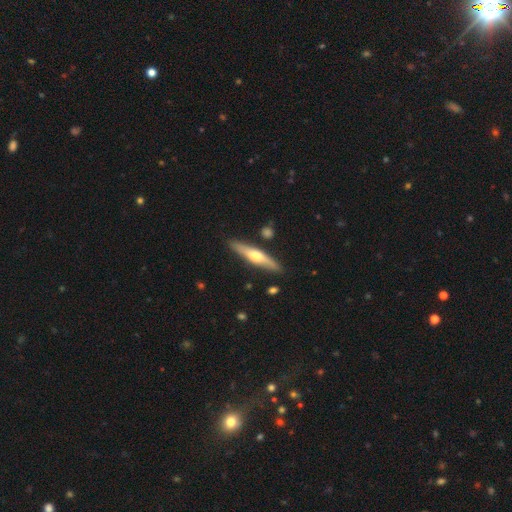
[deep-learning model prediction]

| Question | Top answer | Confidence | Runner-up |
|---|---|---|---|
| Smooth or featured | featured or disk | 57% | smooth (38%) |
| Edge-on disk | yes | 93% | no (7%) |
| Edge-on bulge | rounded | 87% | boxy (8%) |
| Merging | none | 86% | minor disturbance (10%) |